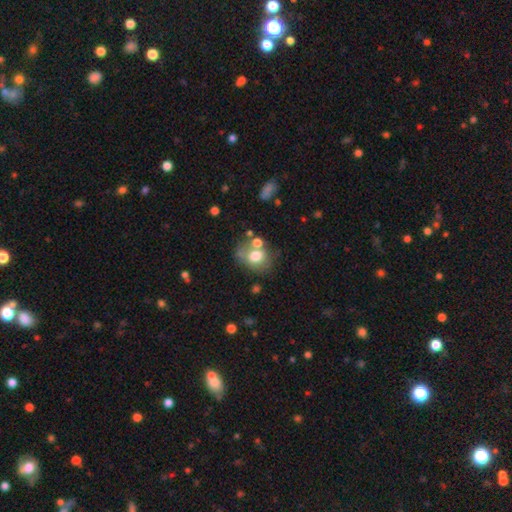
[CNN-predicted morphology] Smooth or featured? smooth (70%)
How rounded? round (53%)
Merging? none (52%)